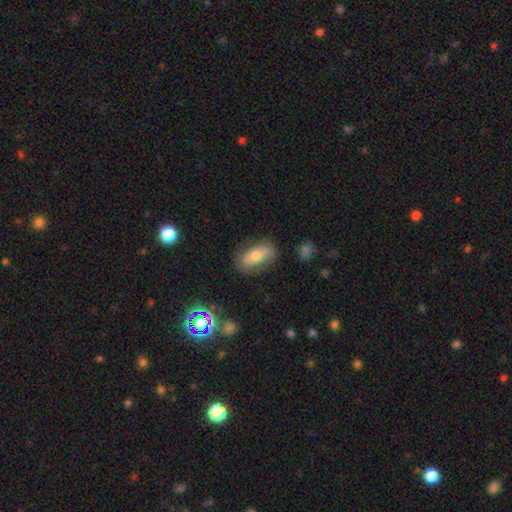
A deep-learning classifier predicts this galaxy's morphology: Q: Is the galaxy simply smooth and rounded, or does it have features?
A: smooth — 62%.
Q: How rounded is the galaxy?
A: in between — 82%.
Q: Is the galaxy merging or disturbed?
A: none — 79%.